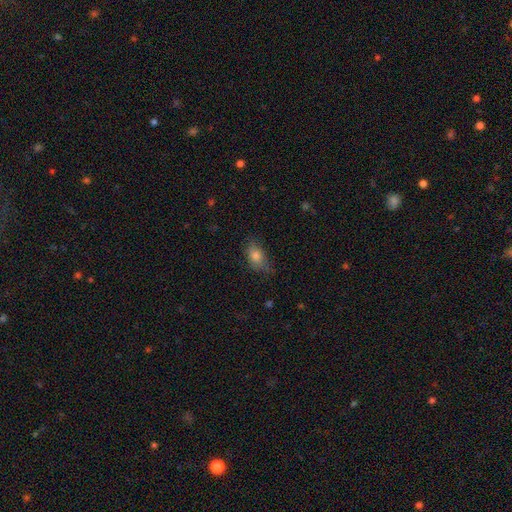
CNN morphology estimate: Smooth or featured? smooth (77%)
How rounded? in between (81%)
Merging? none (67%)